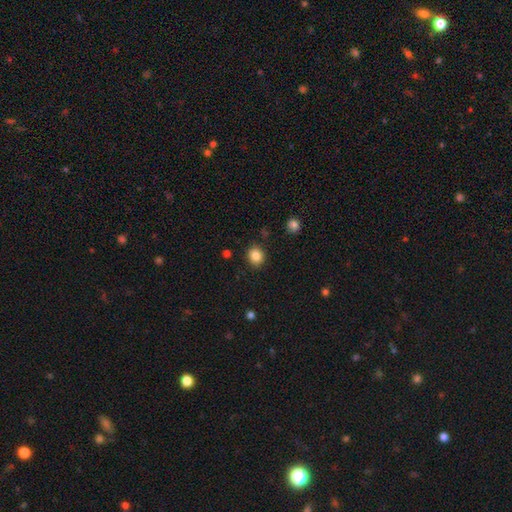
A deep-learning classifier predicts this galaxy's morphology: The model was most divided on "how rounded": round: 72%, in between: 27%, cigar-shaped: 1%. More confident: merging — none (88%); smooth or featured — smooth (86%).